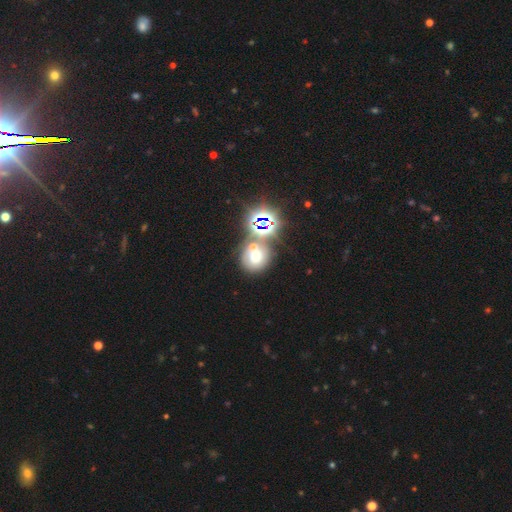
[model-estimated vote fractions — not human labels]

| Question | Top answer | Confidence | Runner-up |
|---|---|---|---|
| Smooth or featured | smooth | 46% | star or artifact (33%) |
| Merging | none | 44% | merger (39%) |